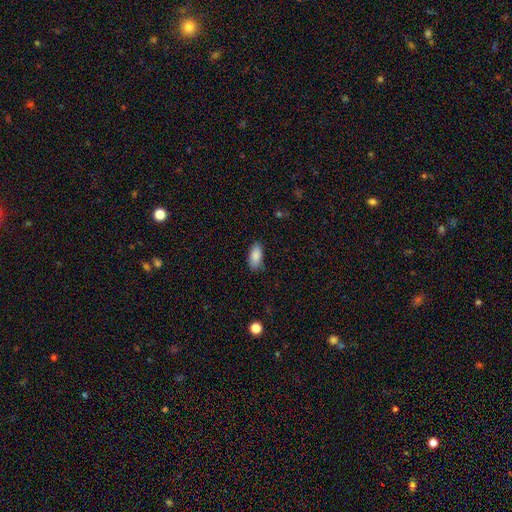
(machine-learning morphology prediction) This is clearly a smooth galaxy (87%). How rounded: clearly in between (89%). Merging: clearly none (85%).